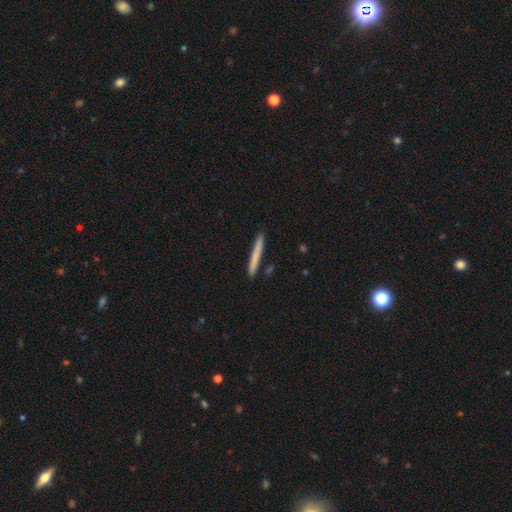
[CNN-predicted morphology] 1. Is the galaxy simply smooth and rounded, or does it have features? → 74% smooth, 20% featured or disk, 6% star or artifact.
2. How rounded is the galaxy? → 97% cigar-shaped, 2% in between, 1% round.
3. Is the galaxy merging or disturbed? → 91% none, 6% minor disturbance, 2% merger, 1% major disturbance.